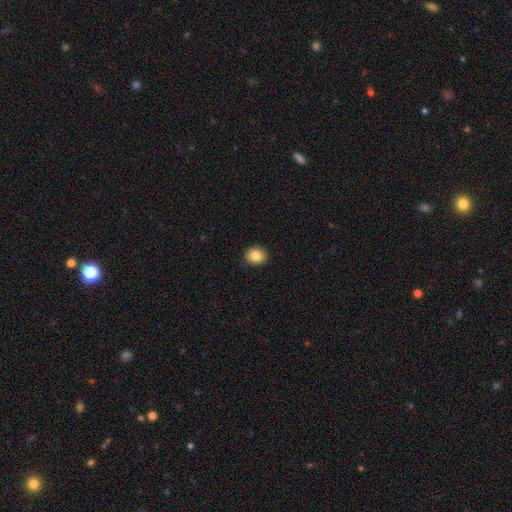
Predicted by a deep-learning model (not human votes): Smooth or featured? Predicted: smooth (p=0.84). How rounded? Predicted: round (p=0.65). Merging? Predicted: none (p=0.90).